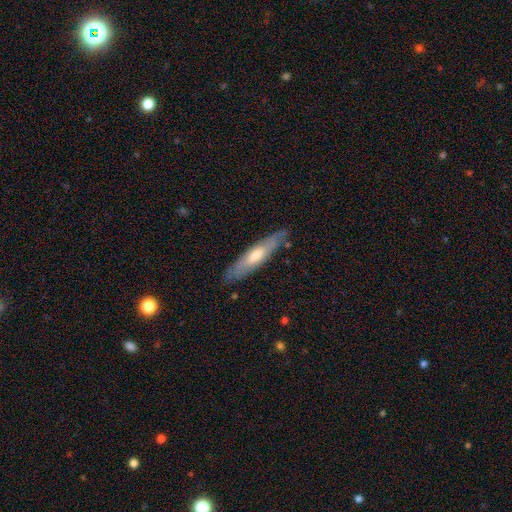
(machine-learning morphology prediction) type=smooth (48%); merging=none (82%).